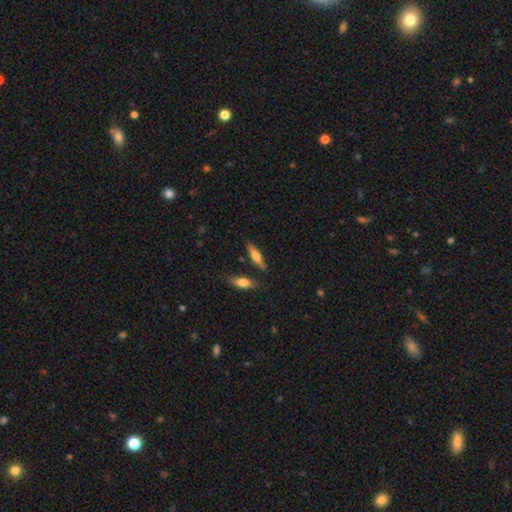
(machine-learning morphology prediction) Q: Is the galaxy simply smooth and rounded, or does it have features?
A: smooth — 50%.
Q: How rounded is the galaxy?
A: cigar-shaped — 67%.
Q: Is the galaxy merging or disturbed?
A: none — 79%.